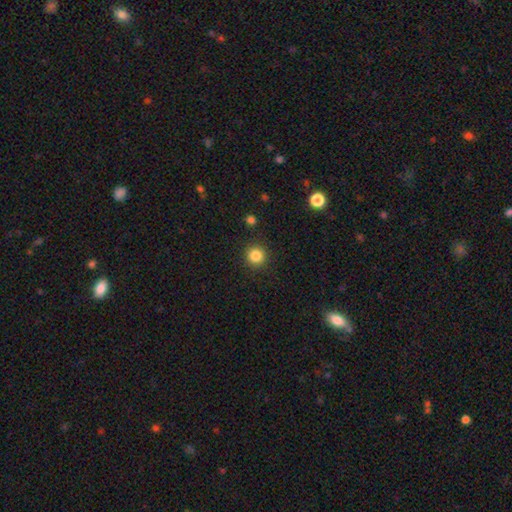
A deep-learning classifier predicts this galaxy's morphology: Smooth or featured? Predicted: smooth (p=0.84). How rounded? Predicted: round (p=0.94). Merging? Predicted: none (p=0.90).